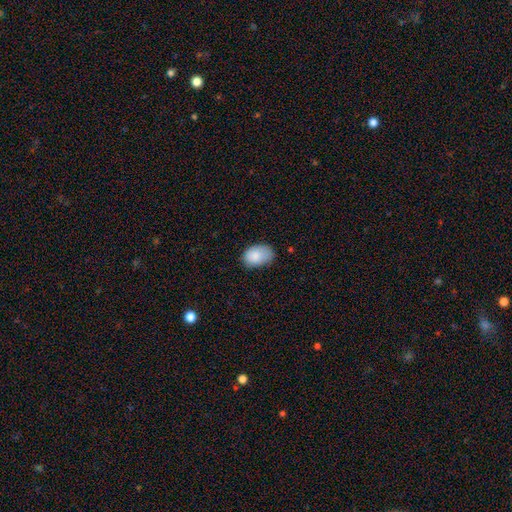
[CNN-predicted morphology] Smooth or featured?
  - smooth: 85% *
  - featured or disk: 8%
  - star or artifact: 7%
How rounded?
  - in between: 84% *
  - round: 15%
  - cigar-shaped: 1%
Merging?
  - none: 59% *
  - minor disturbance: 33%
  - major disturbance: 7%
  - merger: 1%